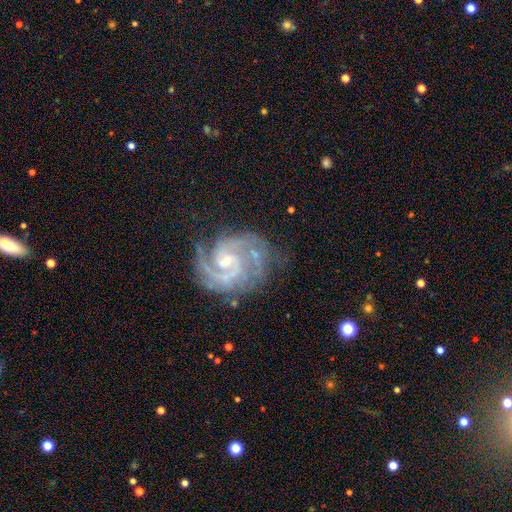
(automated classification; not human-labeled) Smooth or featured?
  - featured or disk: 82% *
  - star or artifact: 12%
  - smooth: 6%
Edge-on disk?
  - no: 97% *
  - yes: 3%
Bar?
  - no: 52% *
  - weak: 36%
  - strong: 12%
Spiral arms?
  - yes: 98% *
  - no: 2%
Spiral winding?
  - tight: 54% *
  - medium: 39%
  - loose: 7%
Spiral arm count?
  - 2: 33% *
  - 3: 27%
  - can't tell: 15%
  - 4: 10%
  - more than 4: 8%
  - 1: 8%
Bulge size?
  - small: 59% *
  - moderate: 35%
  - none: 3%
  - large: 2%
  - dominant: 1%
Merging?
  - none: 77% *
  - minor disturbance: 14%
  - major disturbance: 7%
  - merger: 2%